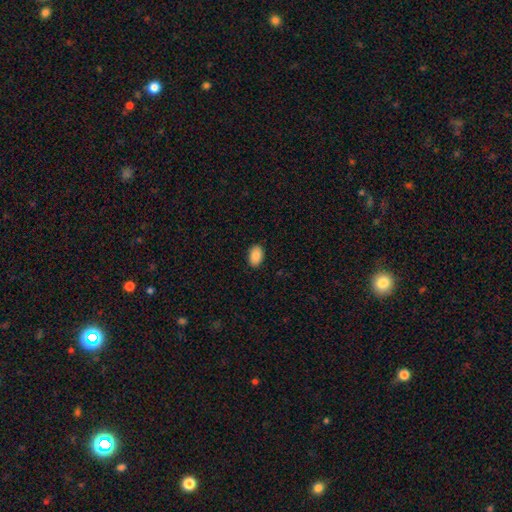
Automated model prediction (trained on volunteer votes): Smooth or featured? smooth (88%)
How rounded? in between (90%)
Merging? none (89%)